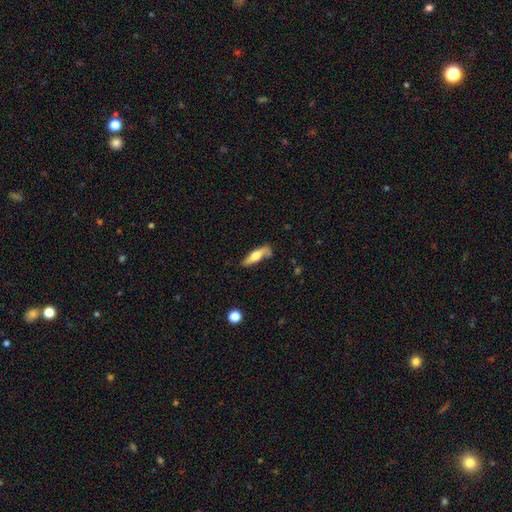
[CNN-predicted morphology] Smooth or featured? smooth (56%)
How rounded? cigar-shaped (58%)
Merging? none (59%)